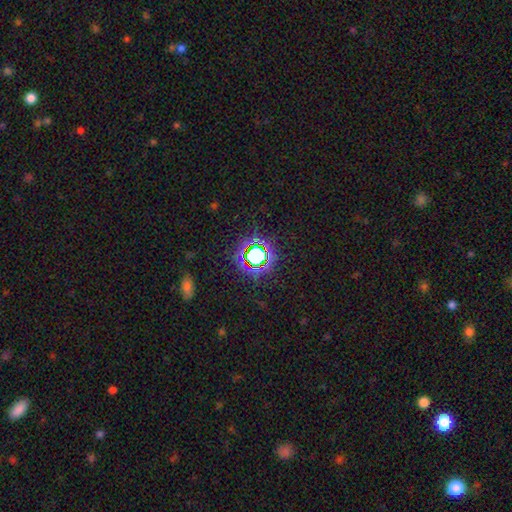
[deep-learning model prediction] Smooth or featured?
  - star or artifact: 72% *
  - smooth: 18%
  - featured or disk: 10%